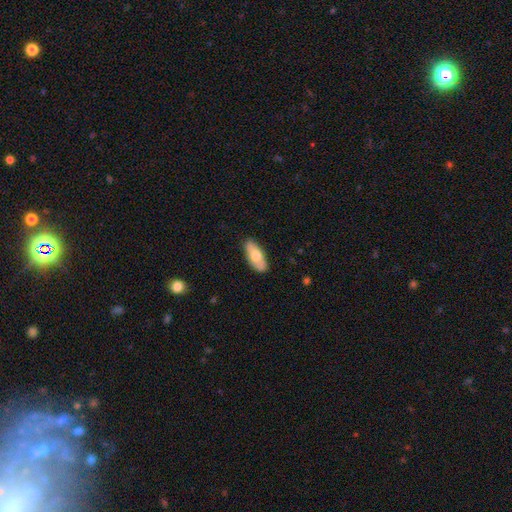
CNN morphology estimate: Overall: smooth (66%; featured or disk 28%). How rounded: in between (82%). Merging: none (81%).